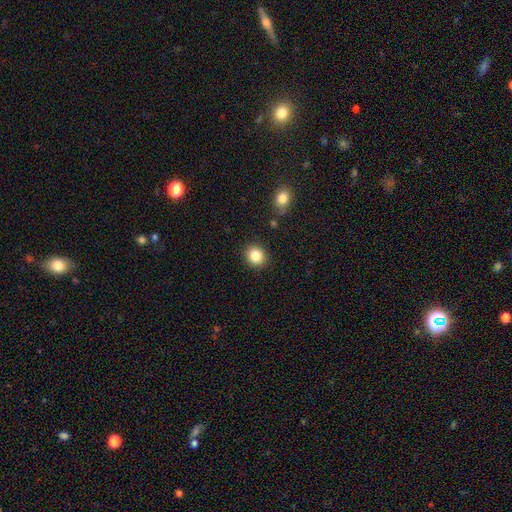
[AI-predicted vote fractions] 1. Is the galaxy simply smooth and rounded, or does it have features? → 85% smooth, 10% star or artifact, 5% featured or disk.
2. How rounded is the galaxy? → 81% round, 18% in between, 1% cigar-shaped.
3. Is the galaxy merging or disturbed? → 89% none, 7% minor disturbance, 2% major disturbance, 2% merger.